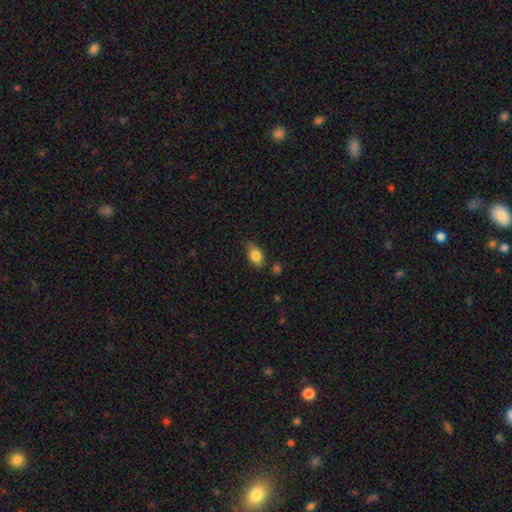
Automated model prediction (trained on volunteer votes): Q: Smooth or featured?
A: smooth (81%); runner-up: featured or disk (10%)
Q: How rounded?
A: in between (78%); runner-up: round (18%)
Q: Merging?
A: none (51%); runner-up: minor disturbance (37%)